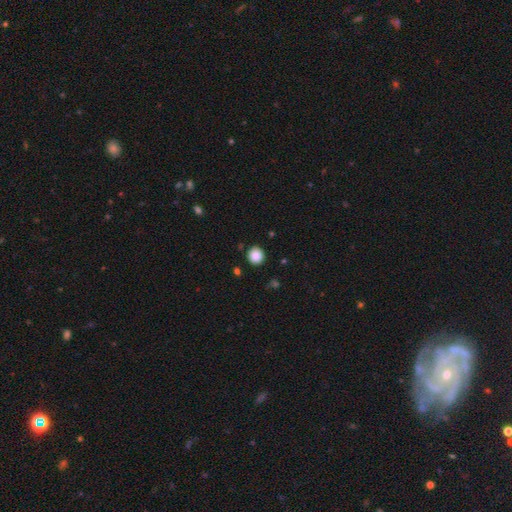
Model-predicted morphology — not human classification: smooth_or_featured: smooth (p=0.87) [alt: star or artifact p=0.09]
how_rounded: round (p=0.90) [alt: in between p=0.09]
merging: none (p=0.90) [alt: minor disturbance p=0.06]